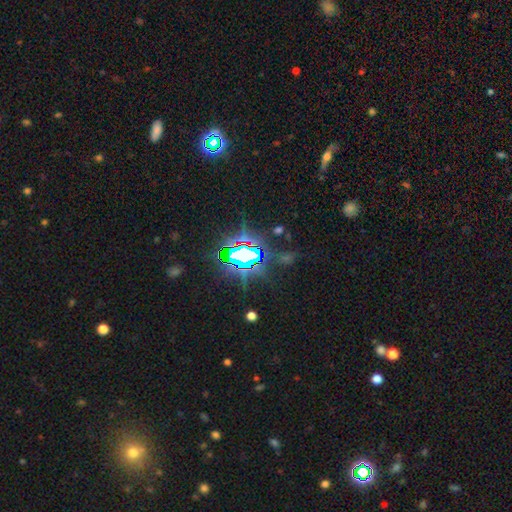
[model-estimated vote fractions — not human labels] A star or artifact, not a galaxy (80%).